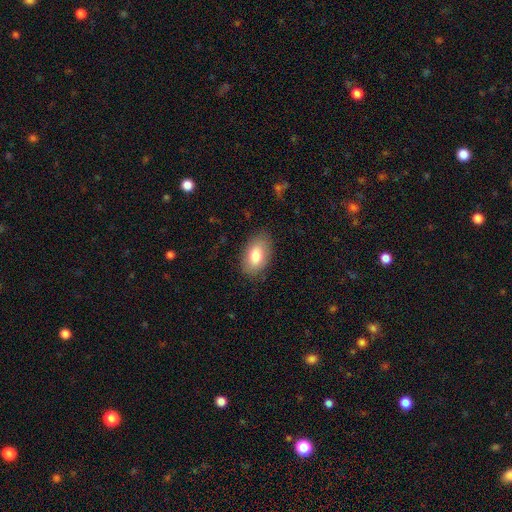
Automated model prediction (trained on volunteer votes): The model was most divided on "smooth or featured": smooth: 80%, featured or disk: 13%, star or artifact: 7%. More confident: how rounded — in between (92%); merging — none (82%).